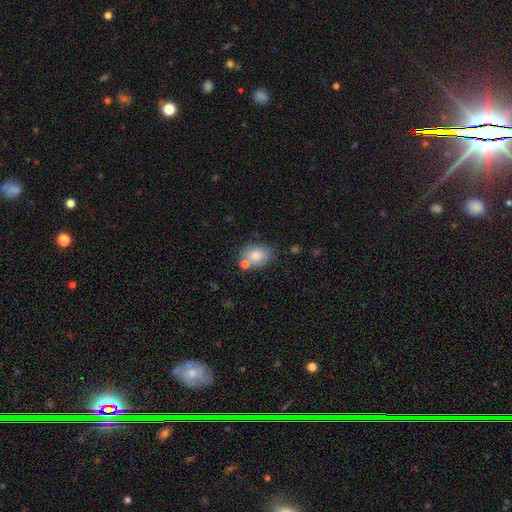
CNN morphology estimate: A smooth galaxy with no disk features (81%) that is in between round and cigar-shaped (62%). Merging: none (64%).